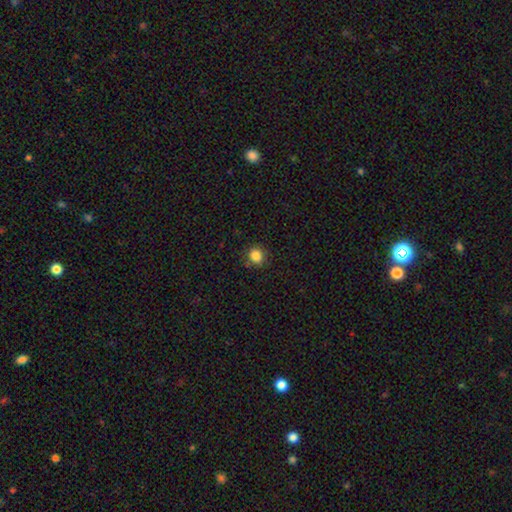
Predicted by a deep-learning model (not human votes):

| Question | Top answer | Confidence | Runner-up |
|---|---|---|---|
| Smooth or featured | smooth | 85% | star or artifact (11%) |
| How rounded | round | 80% | in between (19%) |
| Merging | none | 84% | minor disturbance (11%) |